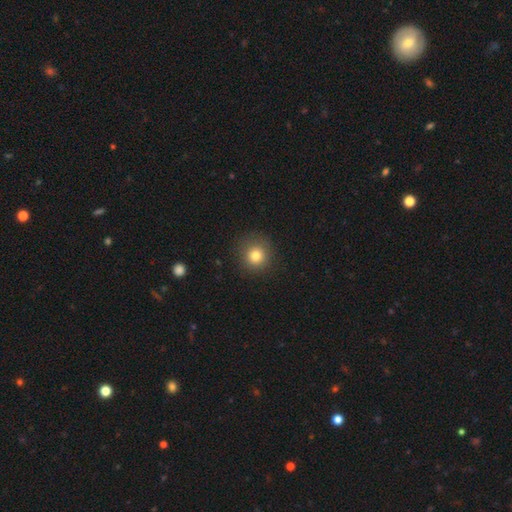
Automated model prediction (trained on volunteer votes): Smooth or featured?
  - smooth: 80% *
  - star or artifact: 12%
  - featured or disk: 8%
How rounded?
  - round: 93% *
  - in between: 6%
  - cigar-shaped: 1%
Merging?
  - none: 88% *
  - minor disturbance: 8%
  - major disturbance: 3%
  - merger: 1%